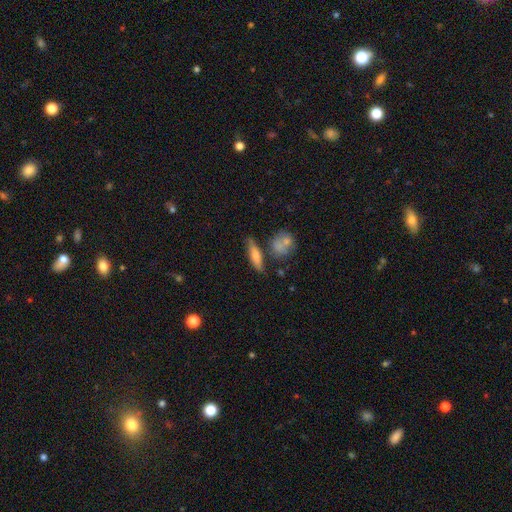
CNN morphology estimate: Smooth or featured? smooth (62%)
How rounded? cigar-shaped (66%)
Merging? none (71%)